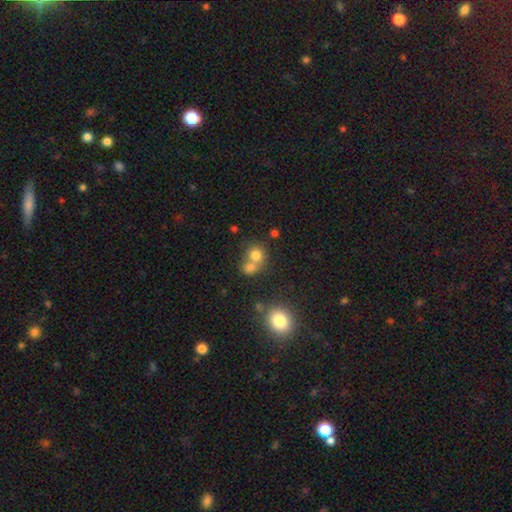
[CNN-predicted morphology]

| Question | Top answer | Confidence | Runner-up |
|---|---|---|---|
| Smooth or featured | smooth | 75% | star or artifact (13%) |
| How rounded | round | 79% | in between (20%) |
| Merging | merger | 52% | none (39%) |